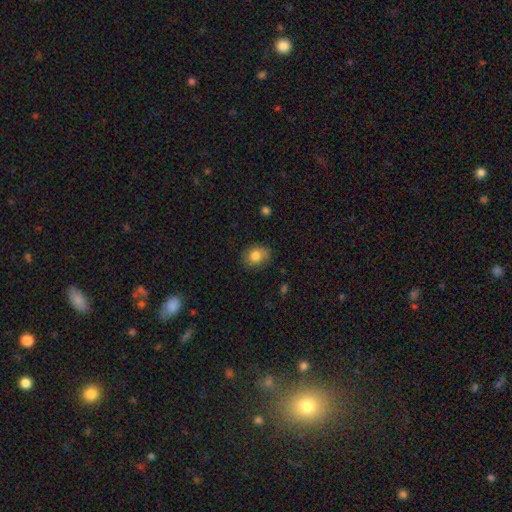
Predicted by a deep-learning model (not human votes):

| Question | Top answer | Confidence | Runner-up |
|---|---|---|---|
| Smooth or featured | smooth | 82% | star or artifact (9%) |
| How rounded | round | 54% | in between (45%) |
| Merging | none | 79% | minor disturbance (16%) |